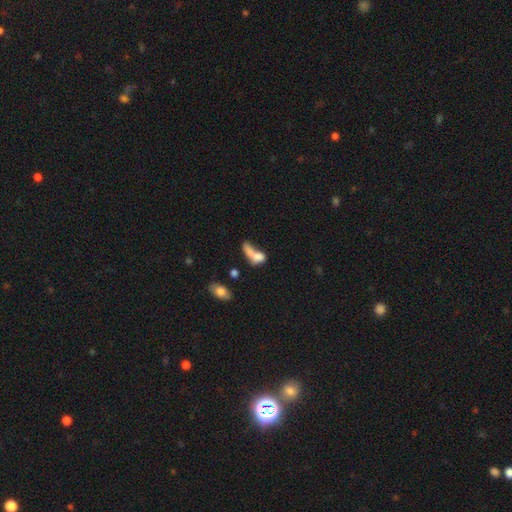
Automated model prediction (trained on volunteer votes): Q: Smooth or featured?
A: smooth (70%); runner-up: featured or disk (20%)
Q: How rounded?
A: in between (72%); runner-up: round (15%)
Q: Merging?
A: merger (59%); runner-up: none (17%)